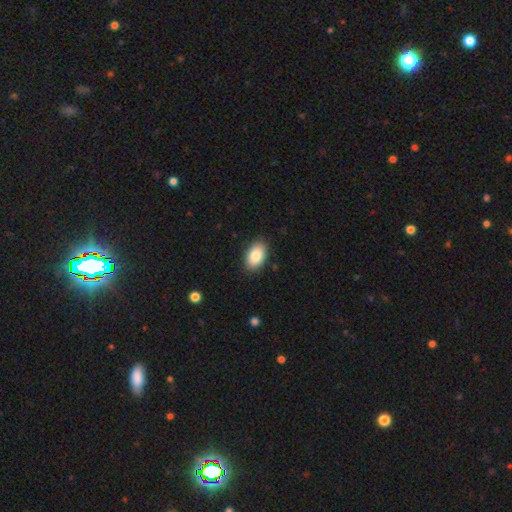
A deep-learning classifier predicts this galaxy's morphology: smooth-or-featured: smooth: 87% | star or artifact: 7% | featured or disk: 6%
  how-rounded: in between: 93% | round: 6% | cigar-shaped: 1%
  merging: none: 87% | minor disturbance: 10% | major disturbance: 2% | merger: 1%